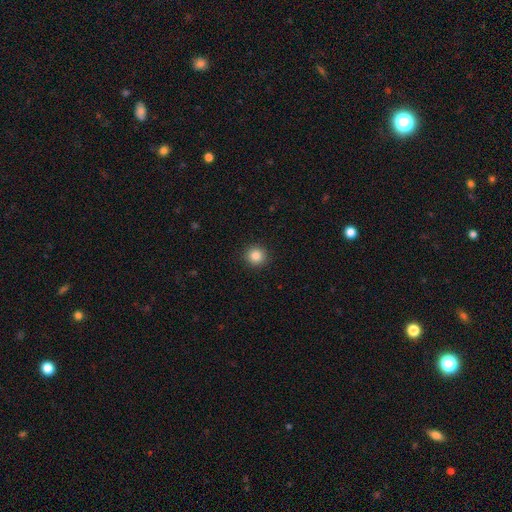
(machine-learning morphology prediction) type=smooth (85%); roundness=round (93%); merging=none (92%).